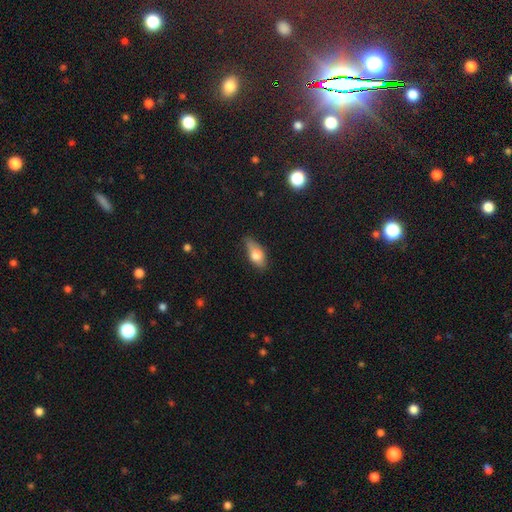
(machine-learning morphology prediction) The model was most divided on "merging": none: 57%, minor disturbance: 33%, major disturbance: 8%, merger: 2%. More confident: how rounded — in between (81%); smooth or featured — smooth (70%).